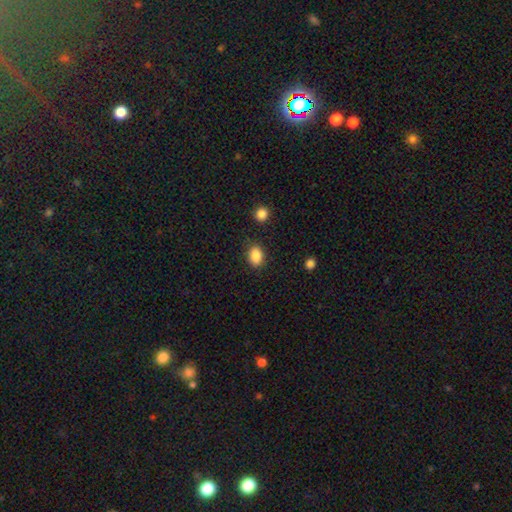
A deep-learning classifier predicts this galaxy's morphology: Smooth or featured? smooth (87%)
How rounded? in between (78%)
Merging? none (84%)